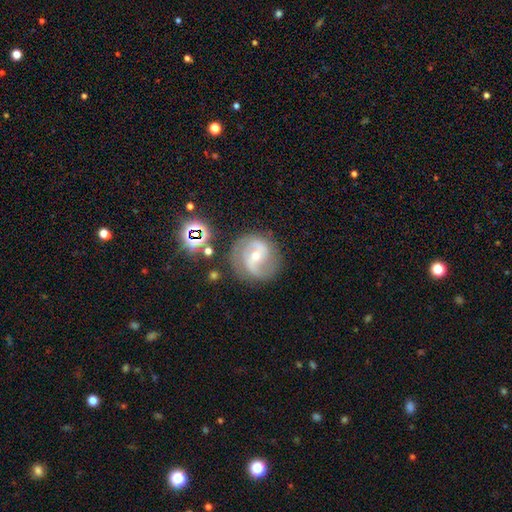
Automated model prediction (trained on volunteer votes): Smooth or featured: featured or disk — 82% (smooth — 11%)
Edge-on disk: no — 97% (yes — 3%)
Bar: weak — 43% (strong — 29%)
Spiral arms: yes — 94% (no — 6%)
Spiral winding: medium — 52% (loose — 25%)
Spiral arm count: 2 — 87% (can't tell — 5%)
Bulge size: small — 57% (moderate — 39%)
Merging: none — 76% (minor disturbance — 15%)